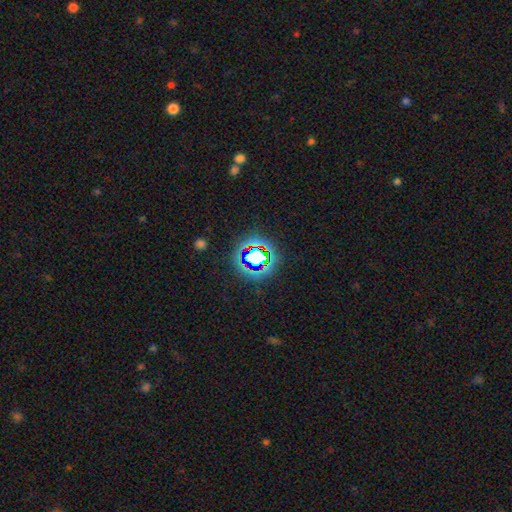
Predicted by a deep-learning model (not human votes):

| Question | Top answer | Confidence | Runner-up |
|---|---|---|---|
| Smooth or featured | star or artifact | 63% | smooth (25%) |